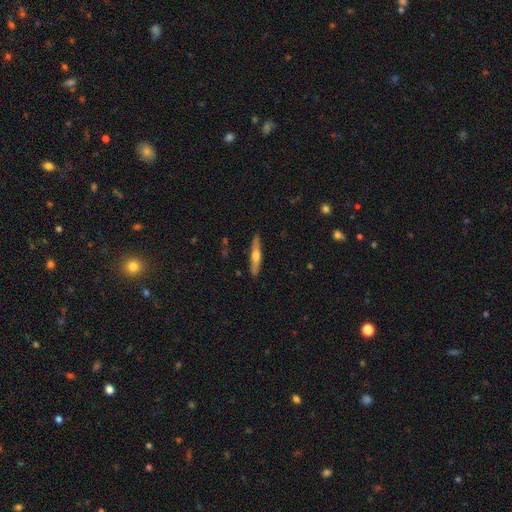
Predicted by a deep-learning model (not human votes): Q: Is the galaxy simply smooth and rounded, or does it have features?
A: featured or disk — 55%.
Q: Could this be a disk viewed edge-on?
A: yes — 93%.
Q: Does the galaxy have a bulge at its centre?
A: rounded — 89%.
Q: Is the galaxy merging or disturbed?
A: none — 88%.